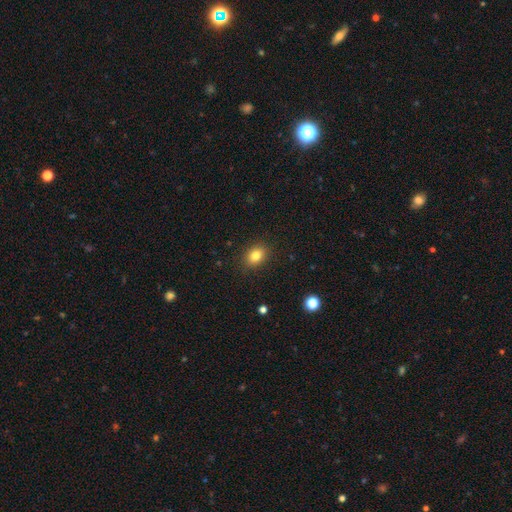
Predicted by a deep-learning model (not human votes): Smooth or featured? Predicted: smooth (p=0.83). How rounded? Predicted: in between (p=0.69). Merging? Predicted: none (p=0.88).